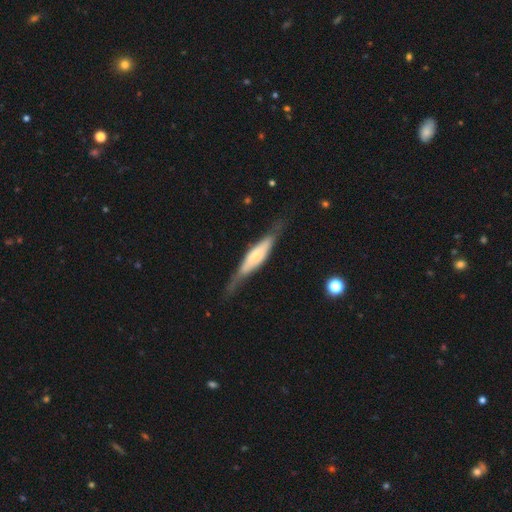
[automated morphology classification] Smooth or featured?
  - featured or disk: 58% *
  - smooth: 36%
  - star or artifact: 6%
Edge-on disk?
  - yes: 85% *
  - no: 15%
Merging?
  - none: 68% *
  - minor disturbance: 21%
  - major disturbance: 9%
  - merger: 2%